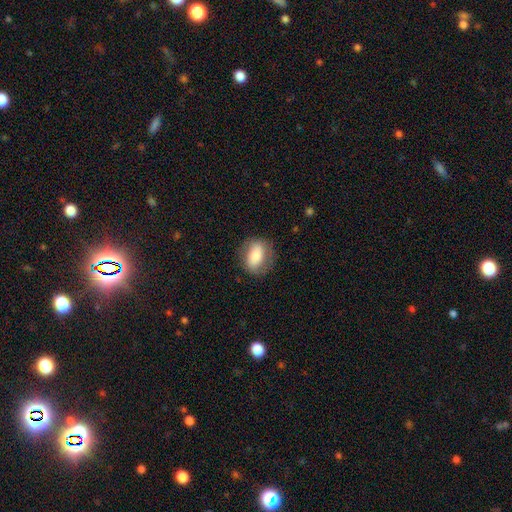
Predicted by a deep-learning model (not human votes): The model was most divided on "smooth or featured": smooth: 67%, featured or disk: 26%, star or artifact: 7%. More confident: merging — none (78%); how rounded — in between (70%).